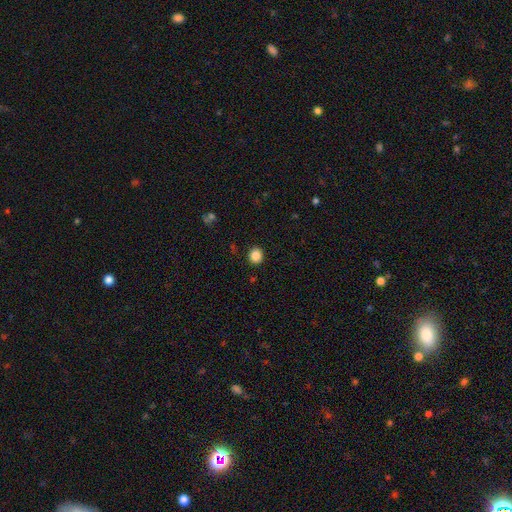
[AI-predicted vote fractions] smooth 85%, star or artifact 11%, featured or disk 5%. Down the decision tree: how rounded — round (83%); merging — none (91%).